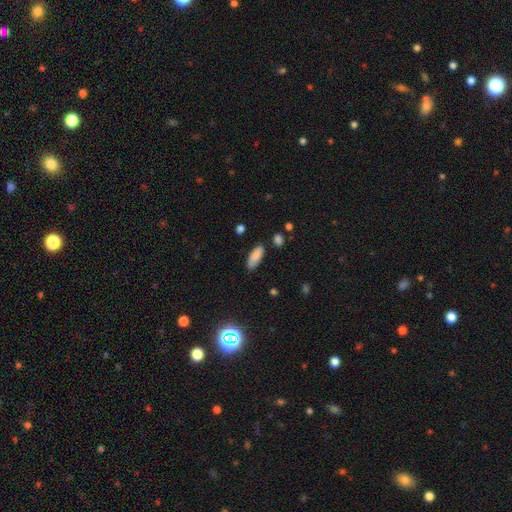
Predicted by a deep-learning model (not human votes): Overall: smooth (85%). How rounded: in between (74%). Merging: none (79%).